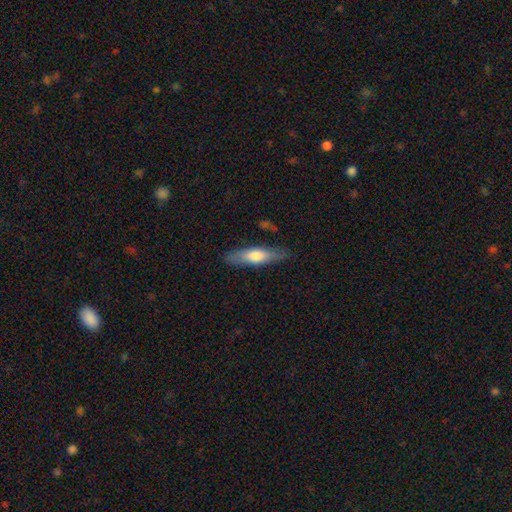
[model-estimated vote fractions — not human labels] Smooth or featured?
  - smooth: 63% *
  - featured or disk: 32%
  - star or artifact: 5%
How rounded?
  - cigar-shaped: 64% *
  - in between: 34%
  - round: 2%
Merging?
  - none: 80% *
  - minor disturbance: 15%
  - major disturbance: 3%
  - merger: 1%